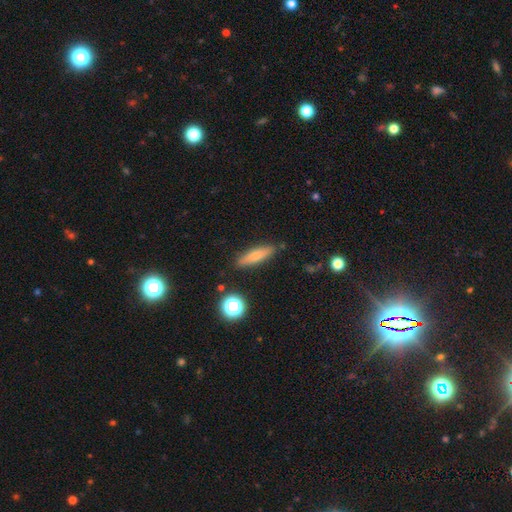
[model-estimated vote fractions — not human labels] smooth 73%, featured or disk 18%, star or artifact 9%. Down the decision tree: how rounded — cigar-shaped (69%); merging — none (85%).